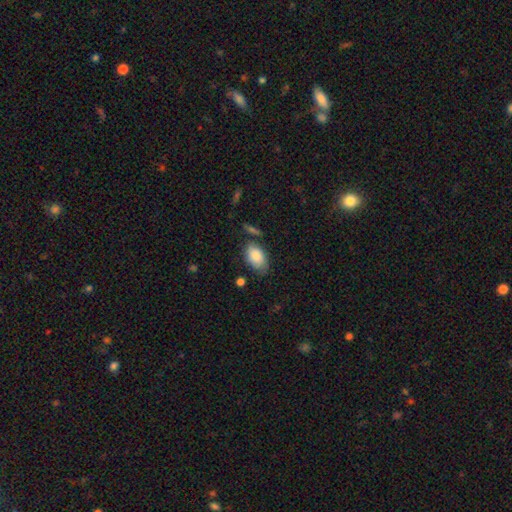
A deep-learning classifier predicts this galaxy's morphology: smooth_or_featured: smooth (p=0.83) [alt: featured or disk p=0.10]
how_rounded: in between (p=0.91) [alt: round p=0.07]
merging: none (p=0.67) [alt: minor disturbance p=0.21]